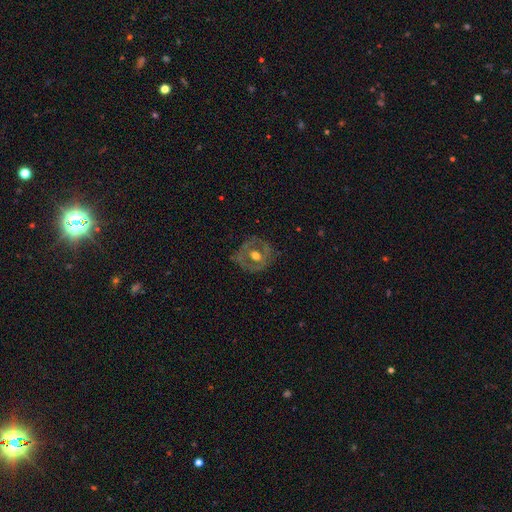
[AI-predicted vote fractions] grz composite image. It shows a featured or disk galaxy (61%) with no bar (71%), no spiral arms (80%) and a moderate central bulge (75%). Merging: none (71%).